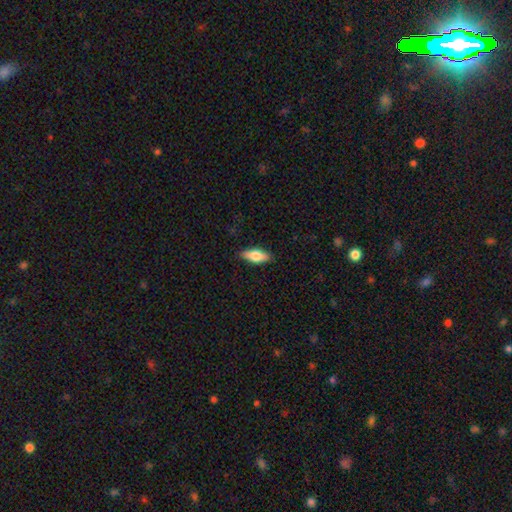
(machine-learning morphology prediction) Overall: smooth (68%). How rounded: in between (73%). Merging: none (87%).